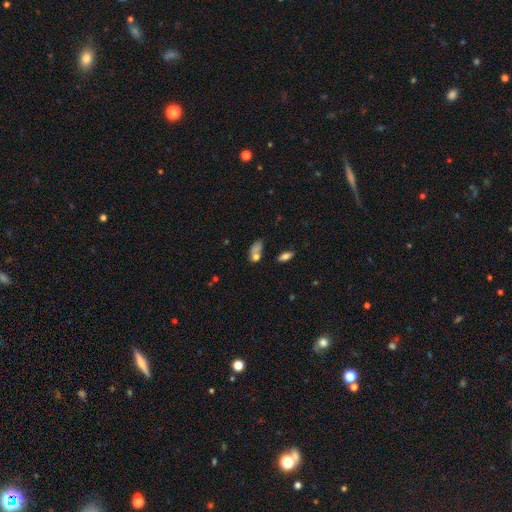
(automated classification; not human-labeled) This is likely a smooth galaxy (69%). How rounded: likely in between (76%). Merging: marginally none (35%).